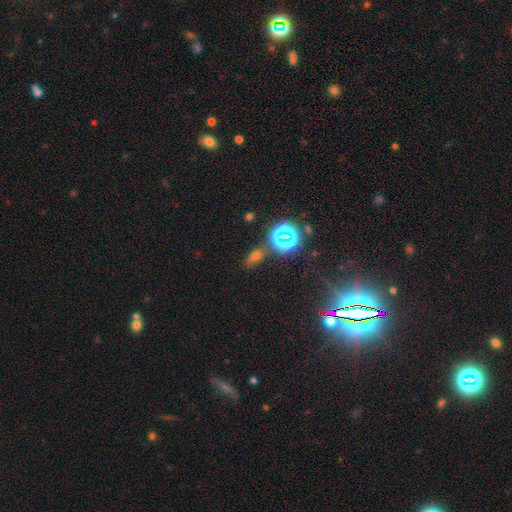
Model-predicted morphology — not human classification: Smooth or featured: smooth — 49% (star or artifact — 39%)
Merging: none — 76% (minor disturbance — 13%)